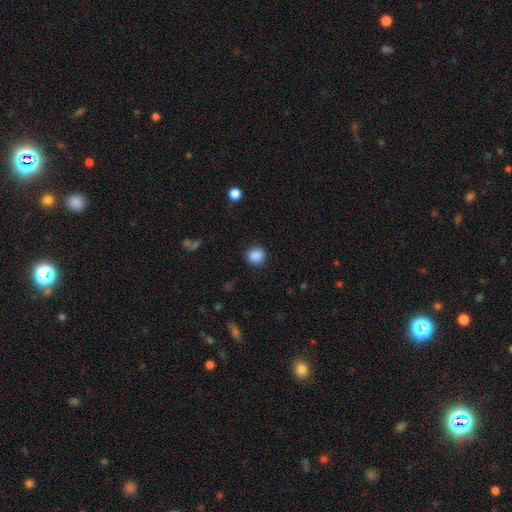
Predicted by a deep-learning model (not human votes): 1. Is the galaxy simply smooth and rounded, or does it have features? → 87% smooth, 10% star or artifact, 3% featured or disk.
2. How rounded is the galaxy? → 89% round, 10% in between, 1% cigar-shaped.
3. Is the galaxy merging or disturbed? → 88% none, 8% minor disturbance, 3% major disturbance, 1% merger.